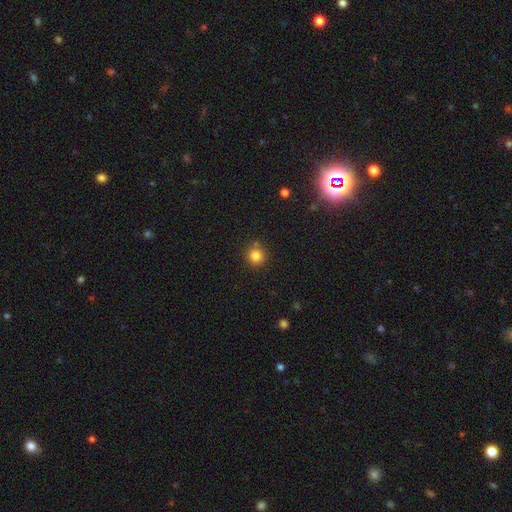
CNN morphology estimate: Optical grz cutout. It shows a smooth galaxy with no disk features (83%) that is round (94%). Merging: none (82%).